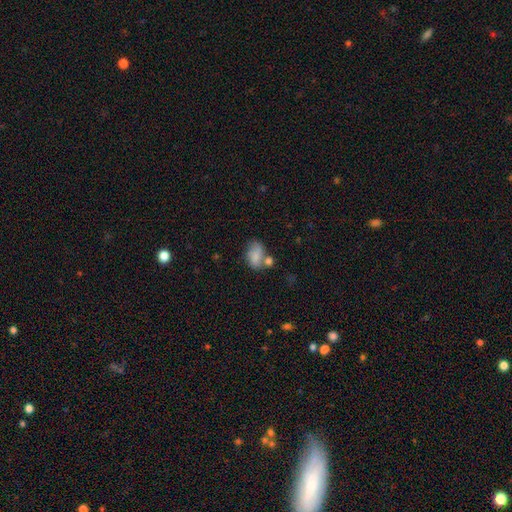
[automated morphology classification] The model was most divided on "merging": none: 38%, merger: 29%, minor disturbance: 22%, major disturbance: 11%. More confident: how rounded — in between (84%); smooth or featured — smooth (75%).